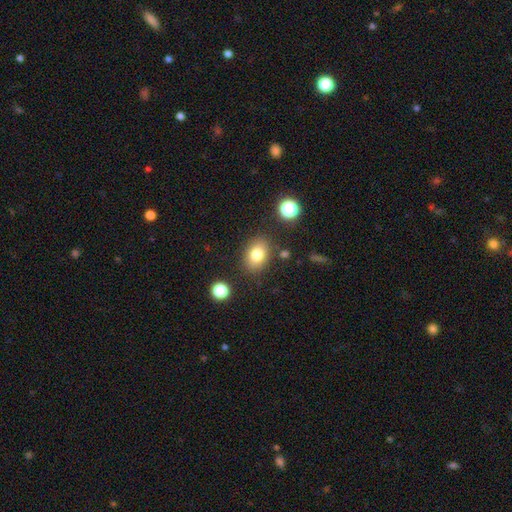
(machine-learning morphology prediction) A smooth galaxy with no disk features (68%) that is round (51%).

Vote fractions:
- Smooth or featured? smooth: 68% / star or artifact: 24% / featured or disk: 8%
- How rounded? round: 51% / in between: 48% / cigar-shaped: 2%
- Merging? none: 84% / minor disturbance: 8% / merger: 5% / major disturbance: 3%